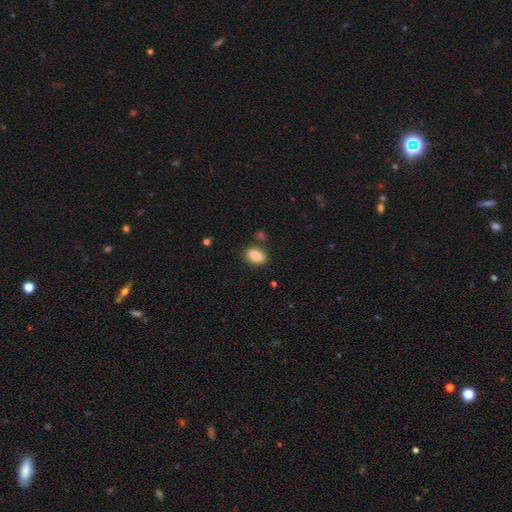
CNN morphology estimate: Smooth or featured: smooth — 87% (star or artifact — 8%)
How rounded: in between — 88% (round — 9%)
Merging: none — 82% (minor disturbance — 10%)